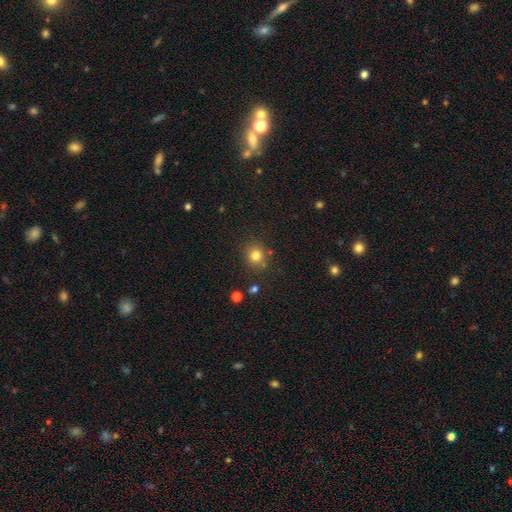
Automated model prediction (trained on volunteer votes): Smooth or featured? Predicted: smooth (p=0.79). How rounded? Predicted: round (p=0.85). Merging? Predicted: none (p=0.81).